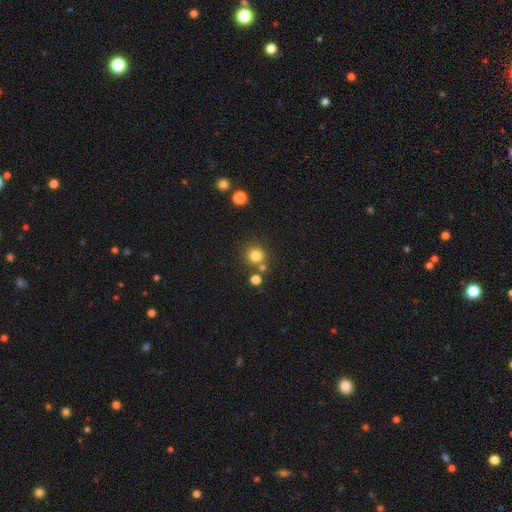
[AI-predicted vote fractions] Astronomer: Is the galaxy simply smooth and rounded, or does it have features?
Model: smooth — 80%.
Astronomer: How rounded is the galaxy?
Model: round — 92%.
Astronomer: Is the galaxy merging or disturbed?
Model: none — 73%.